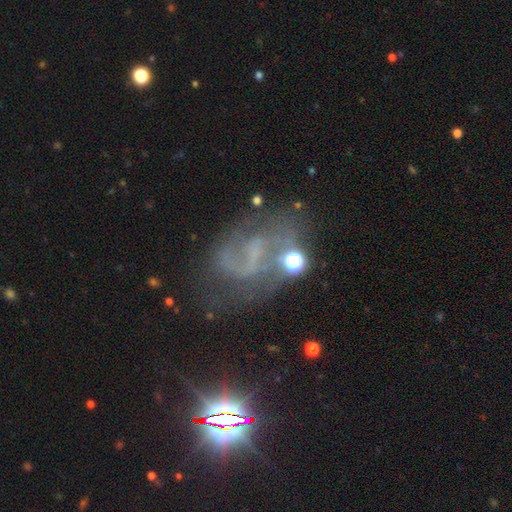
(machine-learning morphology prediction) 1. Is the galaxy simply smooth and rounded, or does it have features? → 68% featured or disk, 20% star or artifact, 12% smooth.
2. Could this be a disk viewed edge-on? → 97% no, 3% yes.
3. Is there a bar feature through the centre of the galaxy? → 41% weak, 40% no, 19% strong.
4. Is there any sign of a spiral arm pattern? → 81% yes, 19% no.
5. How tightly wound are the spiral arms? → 43% loose, 39% medium, 18% tight.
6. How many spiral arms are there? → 58% 2, 21% 1, 14% can't tell, 3% 3, 2% 4, 2% more than 4.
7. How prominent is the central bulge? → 57% none, 30% small, 10% moderate, 2% large, 1% dominant.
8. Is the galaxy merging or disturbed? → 48% none, 25% major disturbance, 20% minor disturbance, 7% merger.